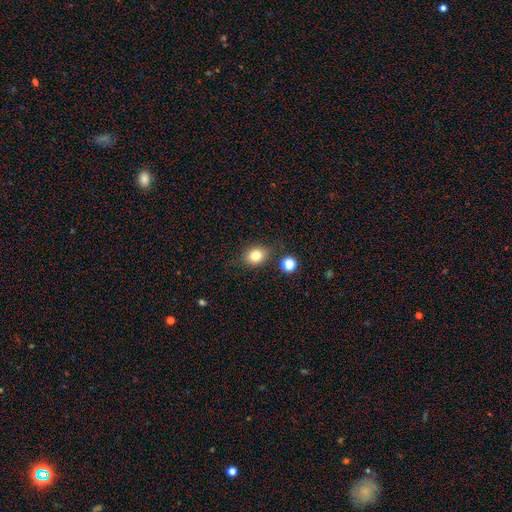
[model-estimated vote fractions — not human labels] smooth_or_featured: smooth (p=0.80) [alt: star or artifact p=0.12]
how_rounded: round (p=0.61) [alt: in between p=0.38]
merging: none (p=0.82) [alt: minor disturbance p=0.11]